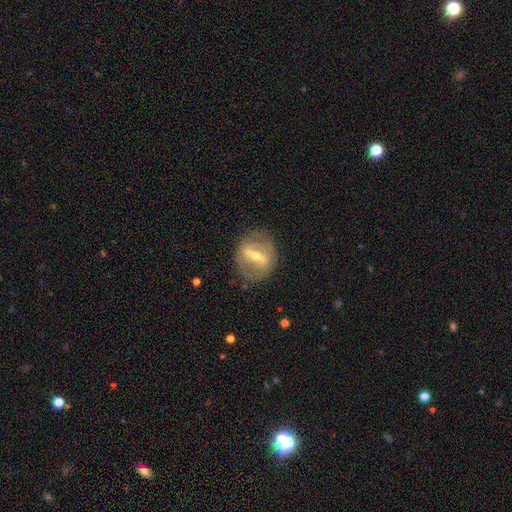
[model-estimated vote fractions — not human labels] smooth_or_featured: featured or disk (p=0.73) [alt: smooth p=0.21]
disk_edge_on: no (p=0.87) [alt: yes p=0.13]
bar: strong (p=0.67) [alt: weak p=0.25]
has_spiral_arms: no (p=0.58) [alt: yes p=0.42]
bulge_size: moderate (p=0.51) [alt: small p=0.44]
merging: none (p=0.76) [alt: minor disturbance p=0.15]